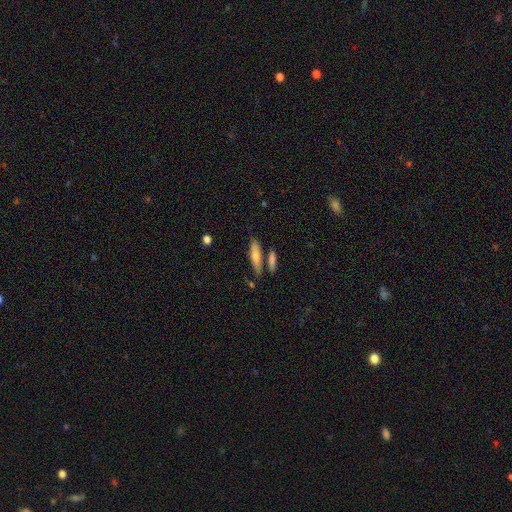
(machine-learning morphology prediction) Q: Smooth or featured?
A: smooth (70%); runner-up: featured or disk (24%)
Q: How rounded?
A: cigar-shaped (70%); runner-up: in between (27%)
Q: Merging?
A: none (68%); runner-up: minor disturbance (14%)